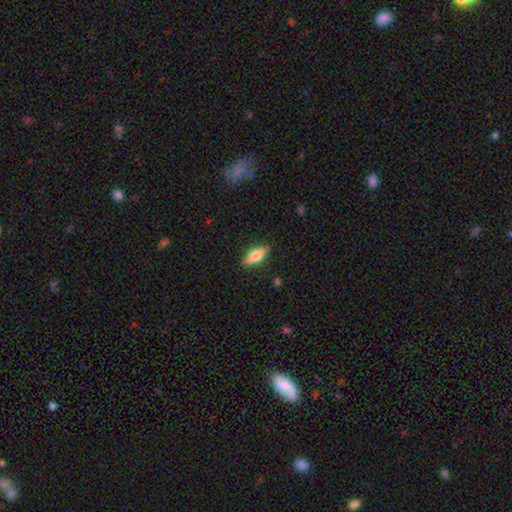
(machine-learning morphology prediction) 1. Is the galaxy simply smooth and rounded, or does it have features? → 68% smooth, 26% featured or disk, 7% star or artifact.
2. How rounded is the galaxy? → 61% in between, 37% cigar-shaped, 3% round.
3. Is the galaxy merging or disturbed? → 86% none, 10% minor disturbance, 2% major disturbance, 1% merger.